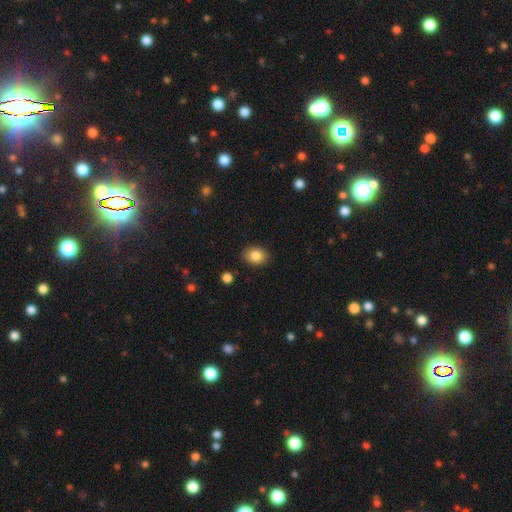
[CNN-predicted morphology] A smooth galaxy with no disk features (86%) that is in between round and cigar-shaped (57%).

Vote fractions:
- Smooth or featured? smooth: 86% / star or artifact: 9% / featured or disk: 5%
- How rounded? in between: 57% / round: 42% / cigar-shaped: 1%
- Merging? none: 87% / minor disturbance: 9% / major disturbance: 2% / merger: 1%